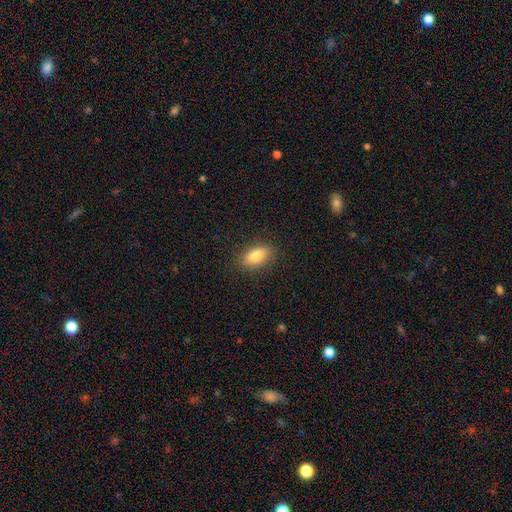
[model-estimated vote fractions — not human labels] Overall: smooth (82%). How rounded: in between (86%). Merging: none (87%).